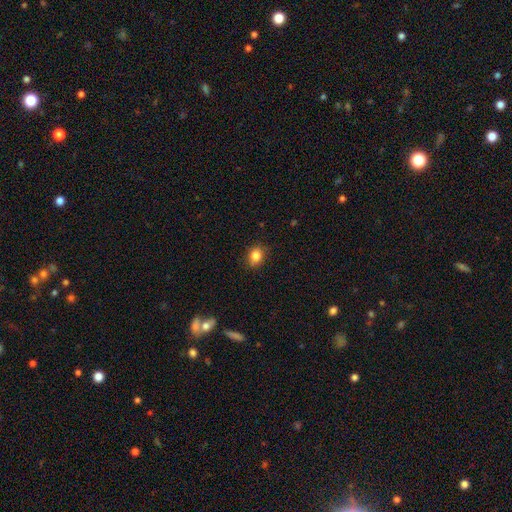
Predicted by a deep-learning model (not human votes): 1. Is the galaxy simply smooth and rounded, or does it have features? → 84% smooth, 10% star or artifact, 6% featured or disk.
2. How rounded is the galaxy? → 56% round, 43% in between, 1% cigar-shaped.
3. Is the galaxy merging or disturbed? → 83% none, 13% minor disturbance, 3% major disturbance, 1% merger.